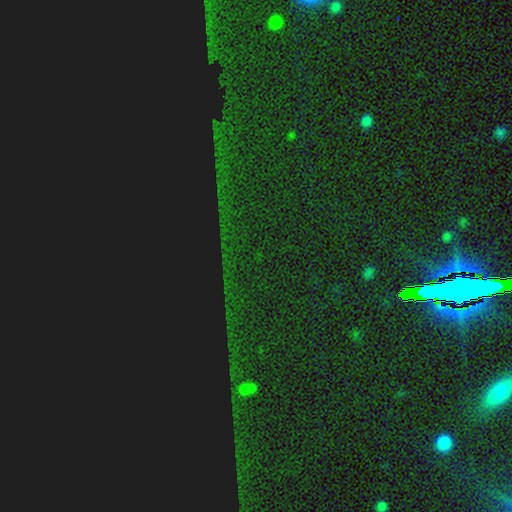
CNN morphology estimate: smooth-or-featured: star or artifact: 88% | featured or disk: 6% | smooth: 6%